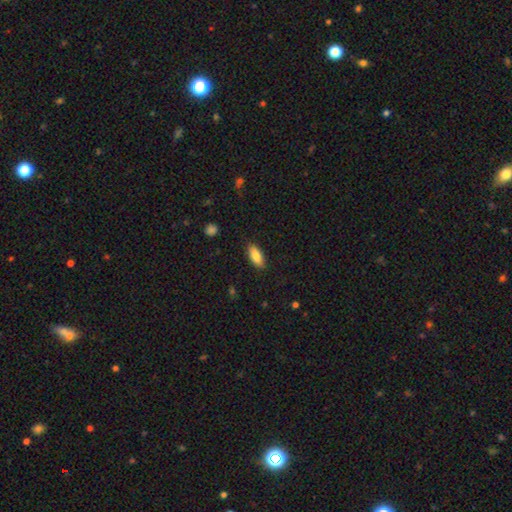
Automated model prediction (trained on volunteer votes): A smooth galaxy with no disk features (85%) that is in between round and cigar-shaped (82%). Merging: none (87%).